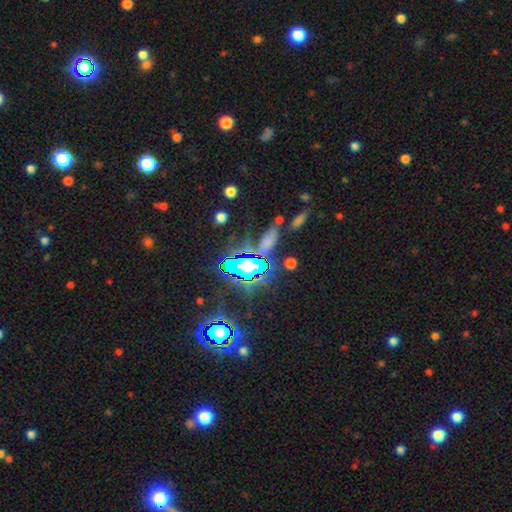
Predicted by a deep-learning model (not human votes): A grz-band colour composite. It shows a star or artifact, not a galaxy (82%).